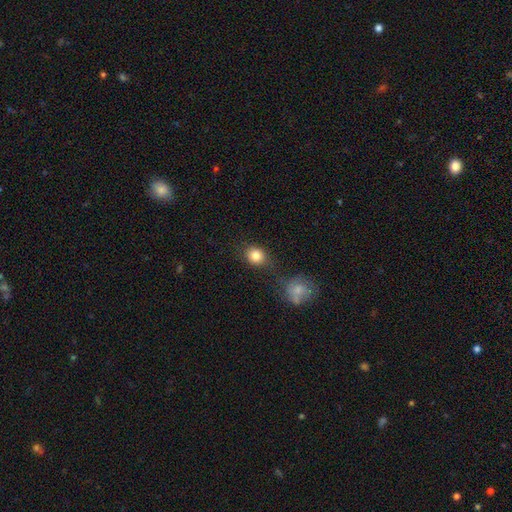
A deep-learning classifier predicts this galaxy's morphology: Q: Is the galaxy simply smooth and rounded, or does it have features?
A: smooth — 83%.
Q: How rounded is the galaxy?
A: round — 72%.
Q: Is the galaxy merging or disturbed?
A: none — 71%.